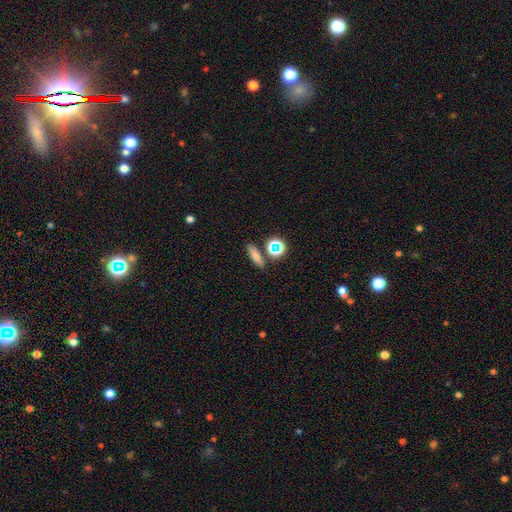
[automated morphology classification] The model was most divided on "how rounded": cigar-shaped: 53%, in between: 37%, round: 10%. More confident: merging — none (80%); smooth or featured — smooth (75%).